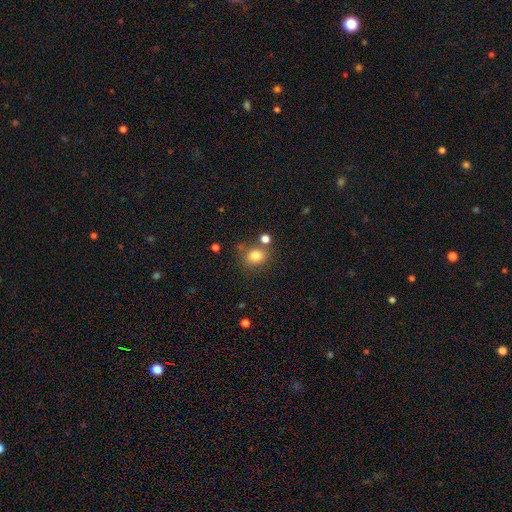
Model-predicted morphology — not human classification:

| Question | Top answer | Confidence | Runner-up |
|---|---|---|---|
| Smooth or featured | smooth | 80% | star or artifact (12%) |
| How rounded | round | 58% | in between (41%) |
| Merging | none | 70% | minor disturbance (13%) |